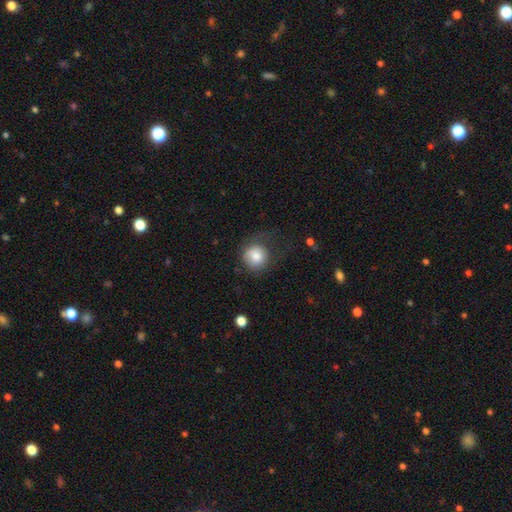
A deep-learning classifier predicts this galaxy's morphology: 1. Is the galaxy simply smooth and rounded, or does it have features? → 80% smooth, 11% featured or disk, 8% star or artifact.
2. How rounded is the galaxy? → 85% round, 14% in between, 1% cigar-shaped.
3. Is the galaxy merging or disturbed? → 53% none, 23% major disturbance, 22% minor disturbance, 2% merger.